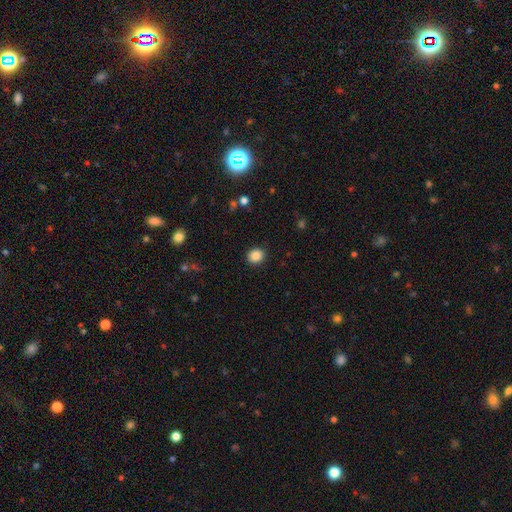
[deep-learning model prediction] A smooth galaxy with no disk features (87%) that is round (72%).

Vote fractions:
- Smooth or featured? smooth: 87% / star or artifact: 10% / featured or disk: 3%
- How rounded? round: 72% / in between: 27% / cigar-shaped: 1%
- Merging? none: 90% / minor disturbance: 7% / major disturbance: 2% / merger: 1%